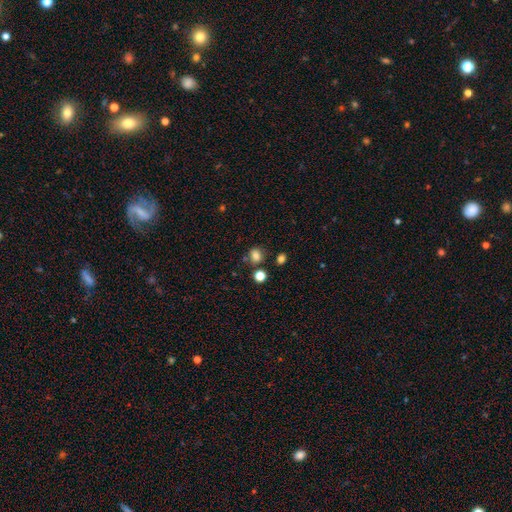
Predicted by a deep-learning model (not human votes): Smooth or featured?
  - smooth: 79% *
  - star or artifact: 15%
  - featured or disk: 6%
How rounded?
  - round: 59% *
  - in between: 40%
  - cigar-shaped: 1%
Merging?
  - none: 73% *
  - minor disturbance: 13%
  - merger: 10%
  - major disturbance: 4%